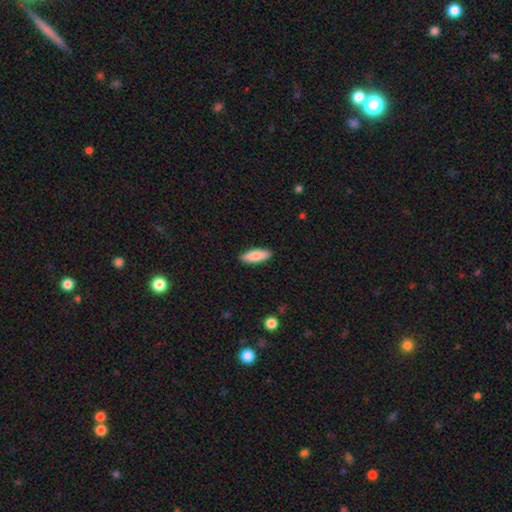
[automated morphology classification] Smooth or featured? smooth (80%)
How rounded? in between (52%)
Merging? none (90%)